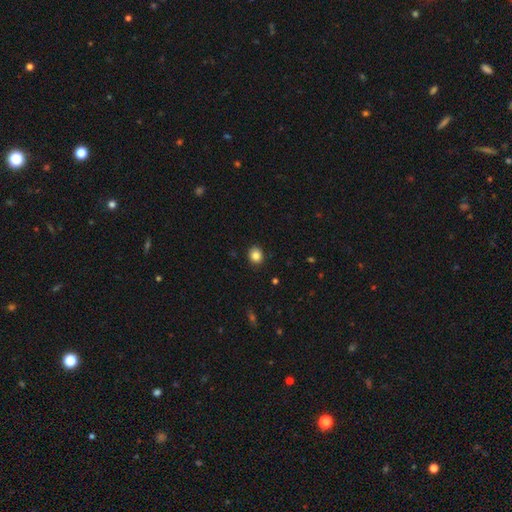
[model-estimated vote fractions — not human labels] This appears to be a smooth galaxy with no disk features (85%) that is round (74%). Merging: none (90%).